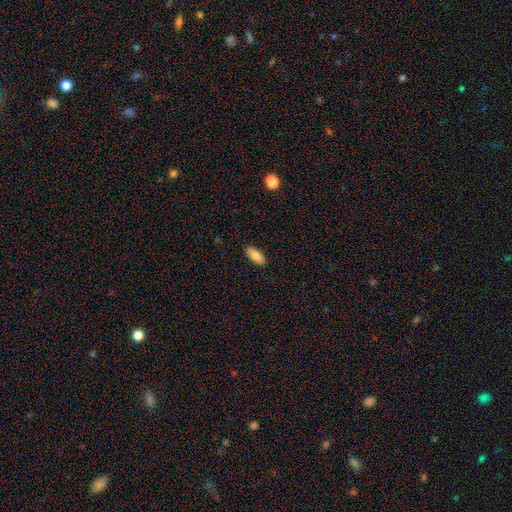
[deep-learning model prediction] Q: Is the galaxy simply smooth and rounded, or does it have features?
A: smooth — 85%.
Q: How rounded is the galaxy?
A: in between — 86%.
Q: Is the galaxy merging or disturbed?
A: none — 89%.